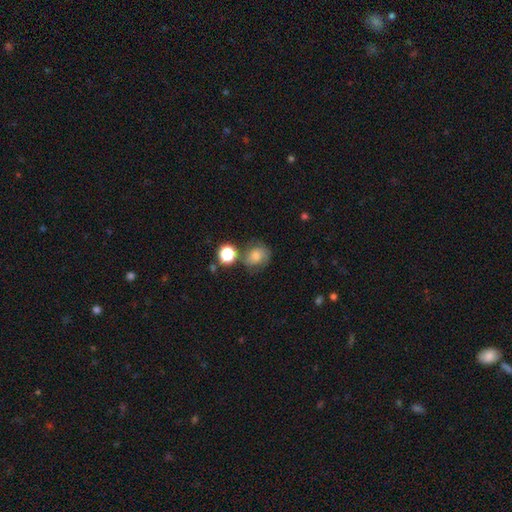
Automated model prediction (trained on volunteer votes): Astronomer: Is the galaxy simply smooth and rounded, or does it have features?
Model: smooth — 62%.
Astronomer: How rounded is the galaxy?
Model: round — 66%.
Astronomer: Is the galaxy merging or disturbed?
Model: none — 55%.